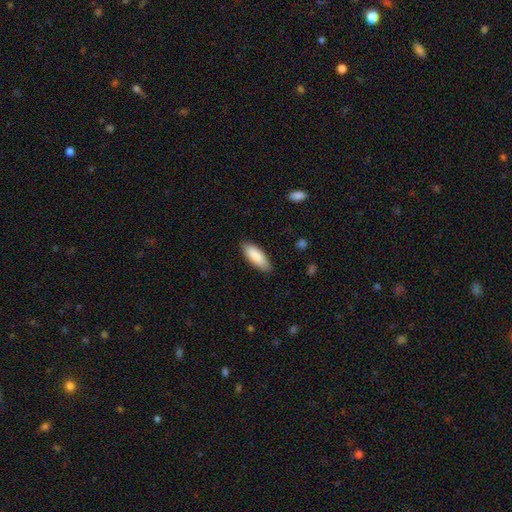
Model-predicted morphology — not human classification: Q: Smooth or featured?
A: smooth (88%); runner-up: featured or disk (7%)
Q: How rounded?
A: in between (71%); runner-up: cigar-shaped (28%)
Q: Merging?
A: none (85%); runner-up: minor disturbance (12%)